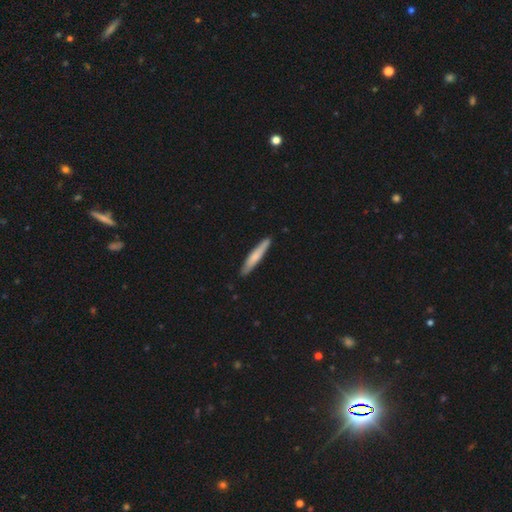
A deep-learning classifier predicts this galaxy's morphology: A smooth galaxy with no disk features (66%) that is cigar-shaped (94%). Merging: none (88%).